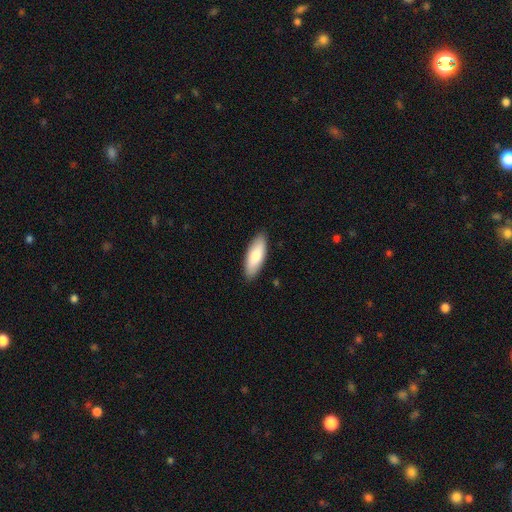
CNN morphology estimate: smooth-or-featured: smooth: 80% | featured or disk: 14% | star or artifact: 5%
  how-rounded: in between: 68% | cigar-shaped: 30% | round: 2%
  merging: none: 88% | minor disturbance: 9% | major disturbance: 2% | merger: 1%